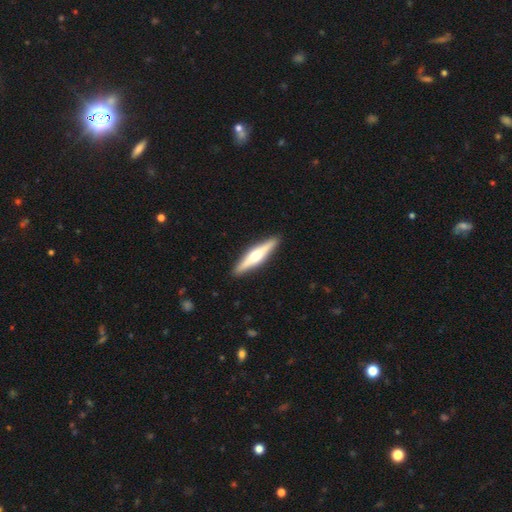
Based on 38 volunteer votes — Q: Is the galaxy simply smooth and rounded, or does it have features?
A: featured or disk — 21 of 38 (55%).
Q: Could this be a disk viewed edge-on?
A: yes — 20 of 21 (95%).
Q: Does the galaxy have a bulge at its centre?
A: rounded — 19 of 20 (95%).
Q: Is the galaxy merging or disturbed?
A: none — 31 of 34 (91%).